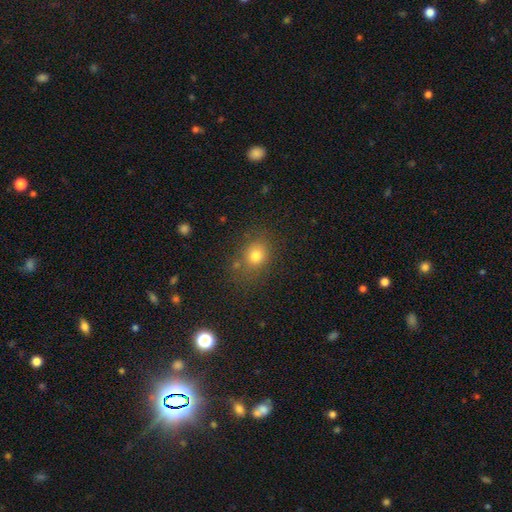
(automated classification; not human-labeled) This appears to be a smooth galaxy with no disk features (77%) that is round (66%). Merging: none (76%).